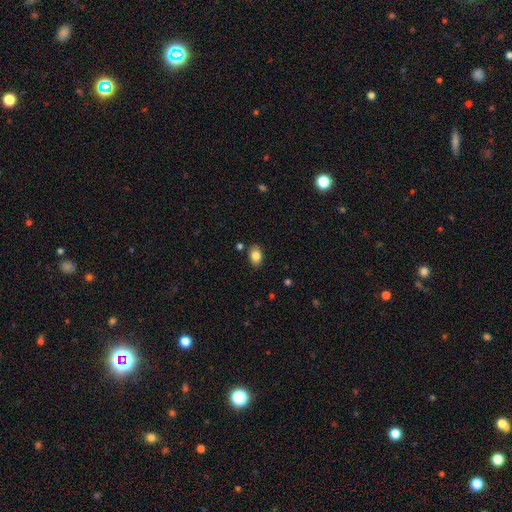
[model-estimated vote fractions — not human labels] Smooth or featured? Predicted: smooth (p=0.83). How rounded? Predicted: in between (p=0.80). Merging? Predicted: none (p=0.84).